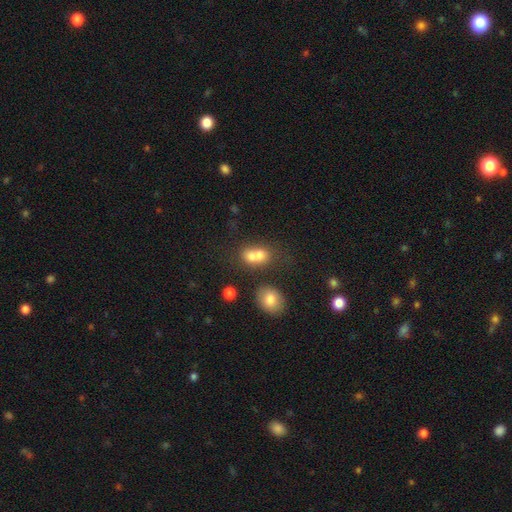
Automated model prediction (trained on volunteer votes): smooth-or-featured: smooth: 71% | featured or disk: 17% | star or artifact: 12%
  how-rounded: round: 55% | in between: 43% | cigar-shaped: 1%
  merging: merger: 64% | none: 24% | minor disturbance: 7% | major disturbance: 5%